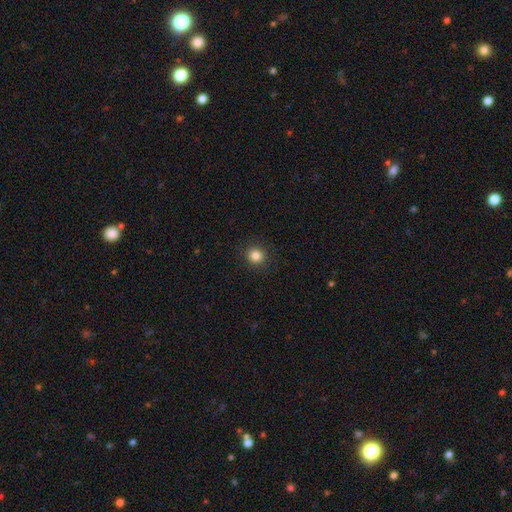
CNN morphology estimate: Smooth or featured? Predicted: smooth (p=0.83). How rounded? Predicted: round (p=0.91). Merging? Predicted: none (p=0.92).